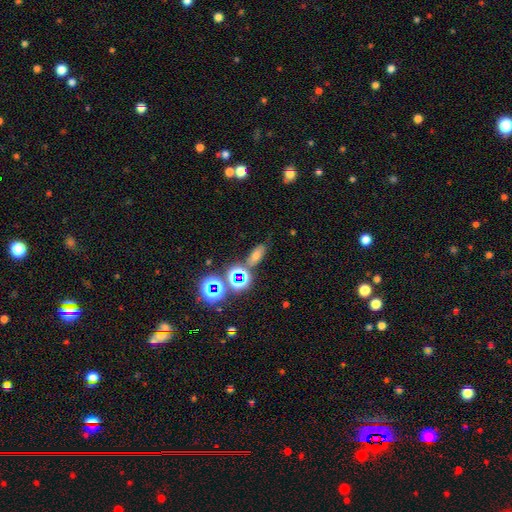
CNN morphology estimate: smooth-or-featured: smooth: 45% | star or artifact: 38% | featured or disk: 17%
  merging: none: 65% | minor disturbance: 15% | merger: 12% | major disturbance: 7%